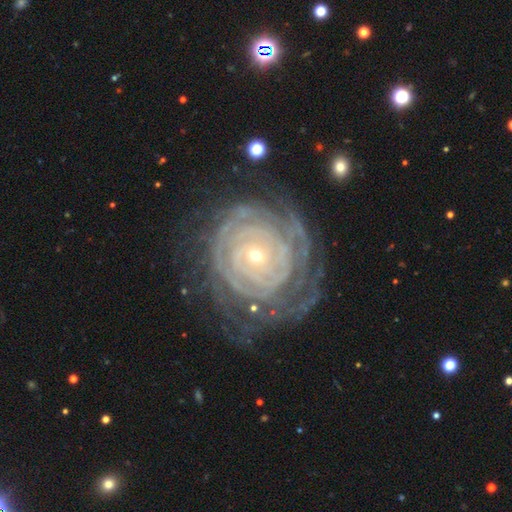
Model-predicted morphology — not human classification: Overall: featured or disk (87%). Edge-on disk: no (97%). Bar: no (72%). Spiral arms: yes (95%). Spiral arm count: can't tell (36%; 4 16%). Spiral winding: tight (88%). Bulge size: small (78%). Merging: none (67%).